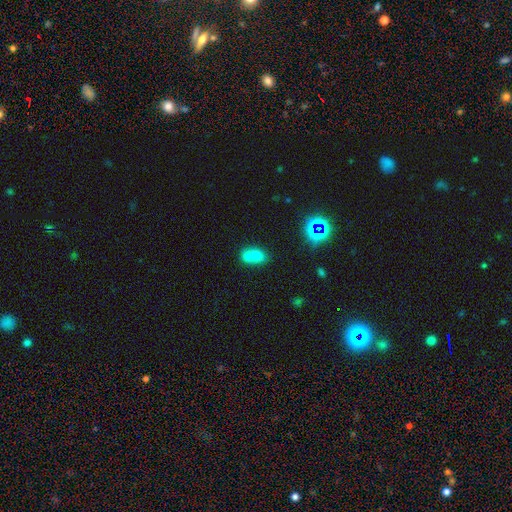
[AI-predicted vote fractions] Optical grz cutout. It shows a smooth galaxy with no disk features (68%) that is in between round and cigar-shaped (53%). Merging: merger (66%).